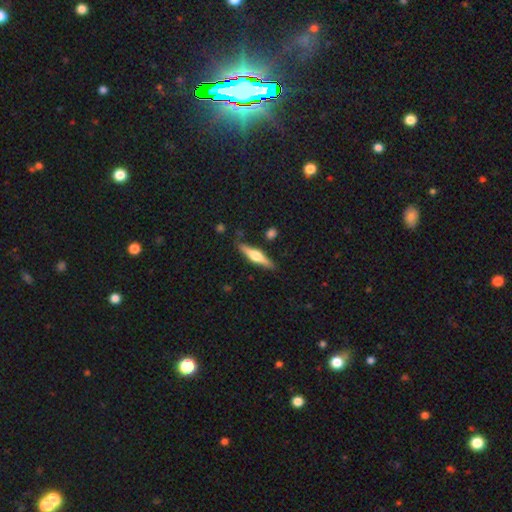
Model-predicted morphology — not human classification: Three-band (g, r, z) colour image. It shows a featured or disk galaxy (63%) viewed edge-on (96%) with a rounded central bulge (92%). Merging: none (86%).